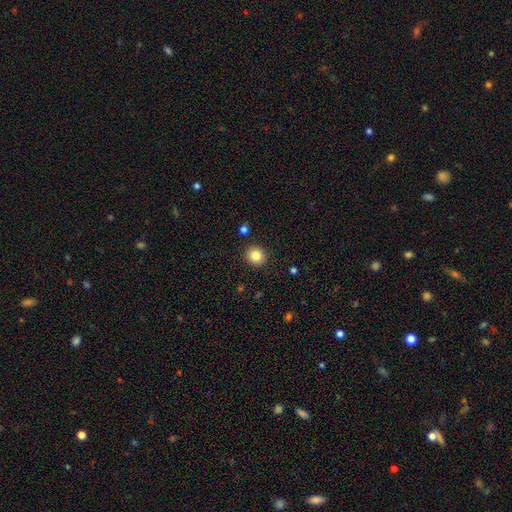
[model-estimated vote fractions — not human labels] A smooth galaxy with no disk features (84%) that is round (88%).

Vote fractions:
- Smooth or featured? smooth: 84% / star or artifact: 10% / featured or disk: 6%
- How rounded? round: 88% / in between: 11% / cigar-shaped: 1%
- Merging? none: 91% / minor disturbance: 6% / major disturbance: 2% / merger: 1%